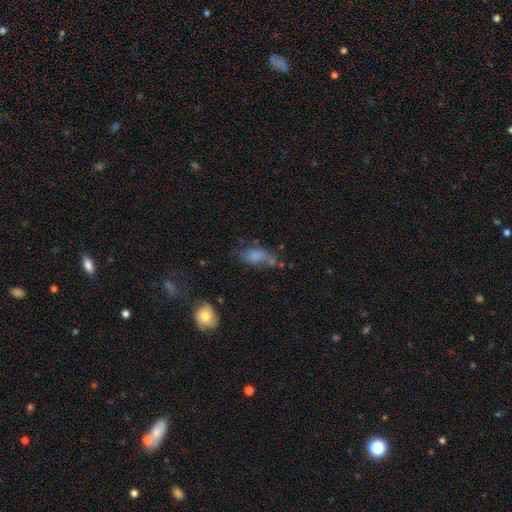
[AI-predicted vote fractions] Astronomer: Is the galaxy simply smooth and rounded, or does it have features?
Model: smooth — 70%.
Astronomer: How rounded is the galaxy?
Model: in between — 87%.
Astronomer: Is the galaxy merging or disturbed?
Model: none — 40% (runner-up: minor disturbance, 27%).